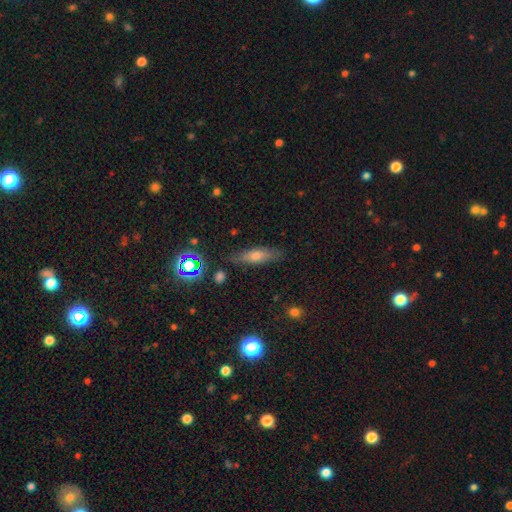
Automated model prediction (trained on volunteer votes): Smooth or featured? Predicted: smooth (p=0.55). How rounded? Predicted: cigar-shaped (p=0.56). Merging? Predicted: none (p=0.83).